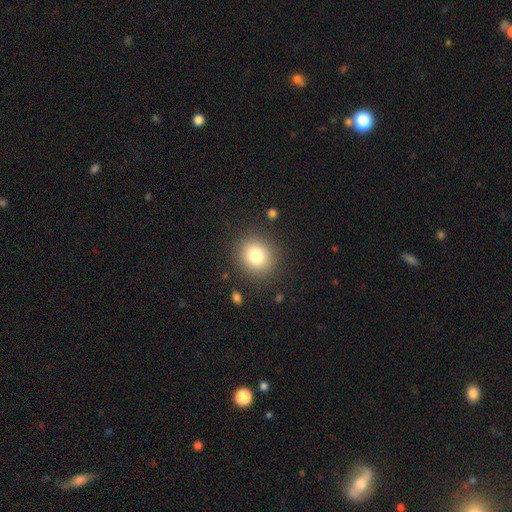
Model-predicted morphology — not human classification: Overall: smooth (81%). How rounded: round (81%). Merging: none (87%).